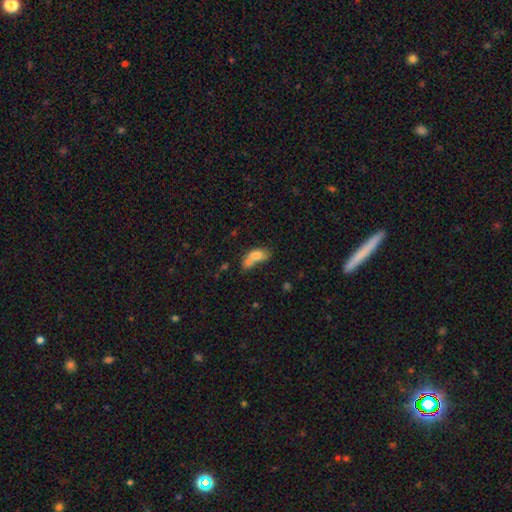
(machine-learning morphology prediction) Smooth or featured? smooth (73%)
How rounded? in between (79%)
Merging? merger (54%)